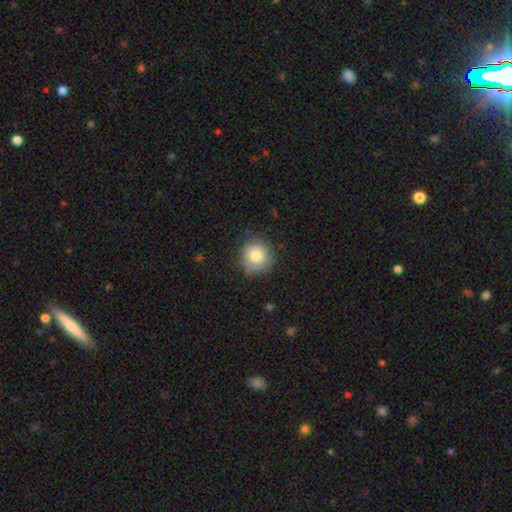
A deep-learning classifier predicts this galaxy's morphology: smooth_or_featured: smooth (p=0.76) [alt: featured or disk p=0.16]
how_rounded: round (p=0.91) [alt: in between p=0.08]
merging: none (p=0.74) [alt: minor disturbance p=0.20]